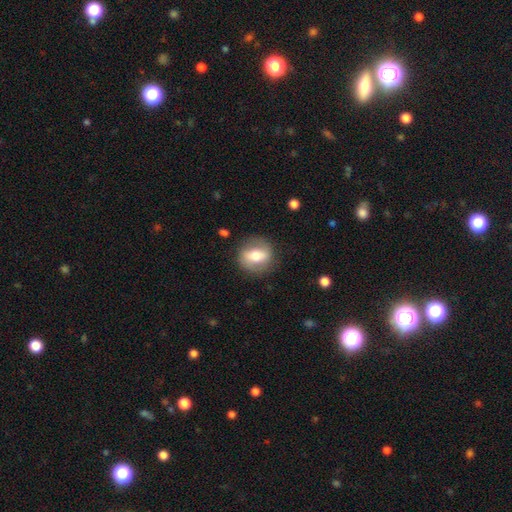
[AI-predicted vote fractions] Smooth or featured?
  - smooth: 51% *
  - featured or disk: 42%
  - star or artifact: 7%
How rounded?
  - round: 70% *
  - in between: 28%
  - cigar-shaped: 2%
Merging?
  - none: 83% *
  - minor disturbance: 11%
  - major disturbance: 5%
  - merger: 1%